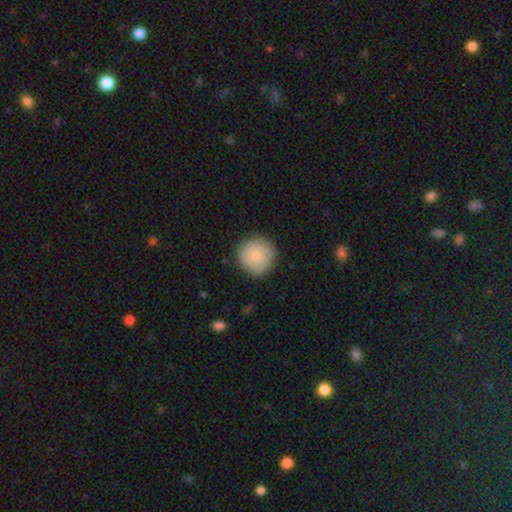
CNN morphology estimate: smooth 80%, featured or disk 13%, star or artifact 7%. Down the decision tree: how rounded — round (95%); merging — none (86%).